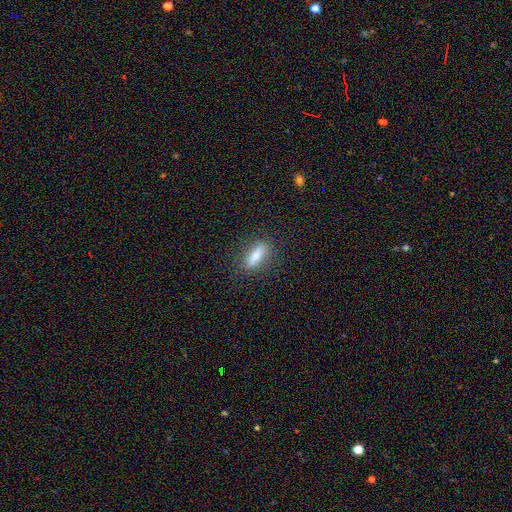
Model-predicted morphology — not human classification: smooth_or_featured: smooth (p=0.73) [alt: featured or disk p=0.18]
how_rounded: cigar-shaped (p=0.59) [alt: in between p=0.38]
merging: none (p=0.84) [alt: minor disturbance p=0.11]